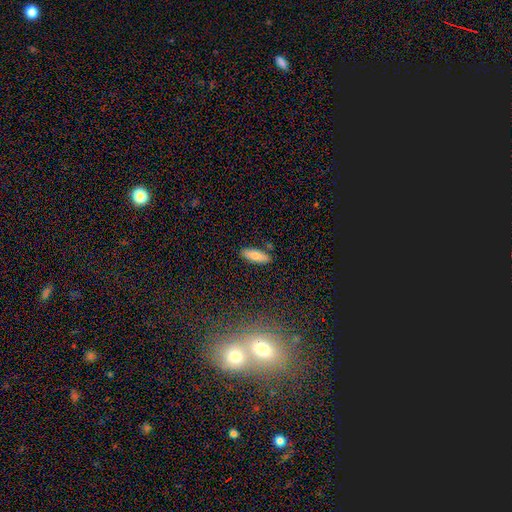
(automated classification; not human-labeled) smooth 79%, featured or disk 14%, star or artifact 7%. Down the decision tree: how rounded — in between (67%); merging — none (84%).